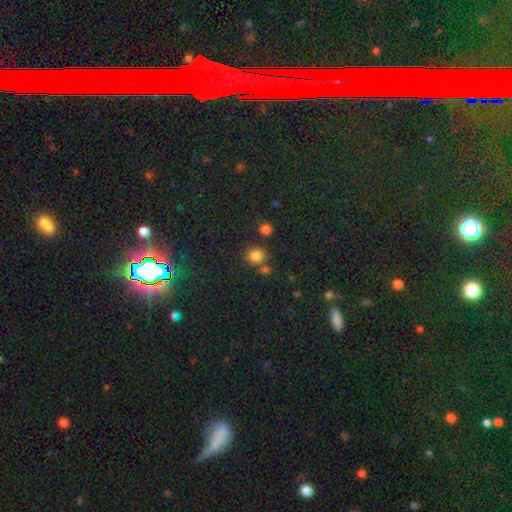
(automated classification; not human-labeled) smooth_or_featured: smooth (p=0.80) [alt: star or artifact p=0.14]
how_rounded: round (p=0.87) [alt: in between p=0.12]
merging: none (p=0.73) [alt: merger p=0.14]